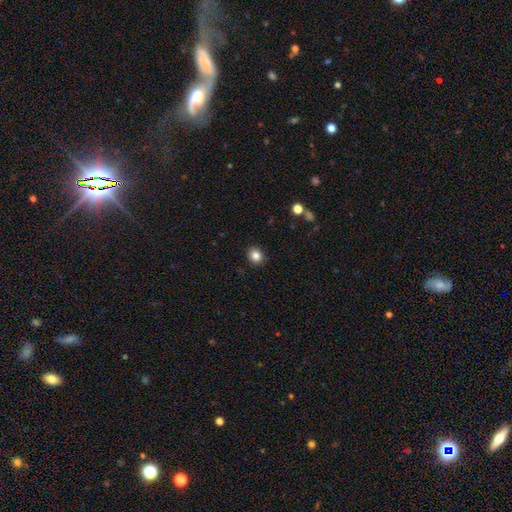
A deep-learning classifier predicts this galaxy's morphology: smooth_or_featured: smooth (p=0.84) [alt: star or artifact p=0.11]
how_rounded: round (p=0.71) [alt: in between p=0.28]
merging: none (p=0.90) [alt: minor disturbance p=0.07]